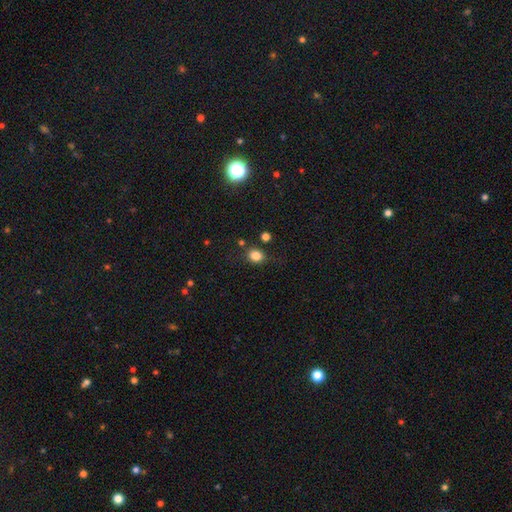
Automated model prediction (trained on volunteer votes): smooth 81%, star or artifact 13%, featured or disk 6%. Down the decision tree: how rounded — round (63%); merging — none (74%).